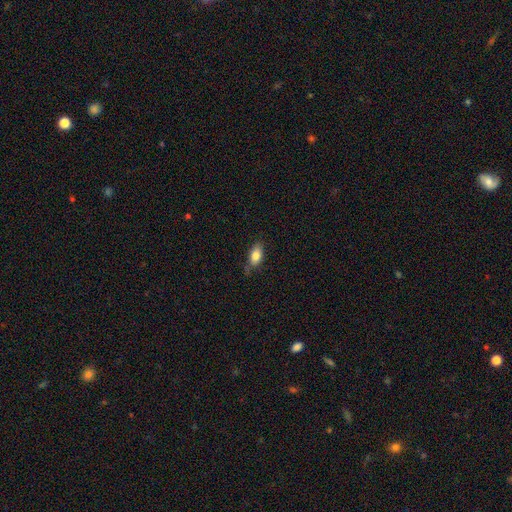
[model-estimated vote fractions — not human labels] Smooth or featured: smooth — 82% (featured or disk — 11%)
How rounded: in between — 89% (cigar-shaped — 6%)
Merging: none — 70% (minor disturbance — 23%)